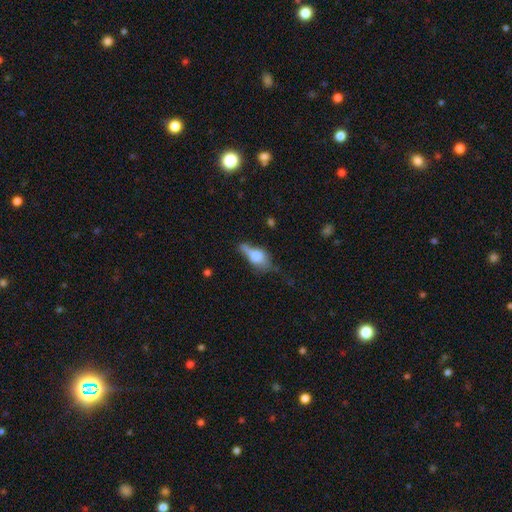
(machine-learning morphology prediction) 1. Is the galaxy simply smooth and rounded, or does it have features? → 58% smooth, 33% featured or disk, 10% star or artifact.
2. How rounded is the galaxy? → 72% in between, 17% cigar-shaped, 11% round.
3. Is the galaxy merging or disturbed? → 31% none, 29% minor disturbance, 27% major disturbance, 13% merger.